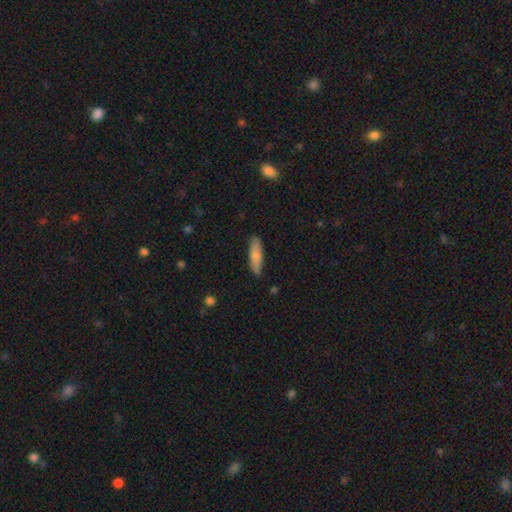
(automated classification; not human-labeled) This is likely a smooth galaxy (78%). How rounded: possibly cigar-shaped (58%). Merging: clearly none (85%).